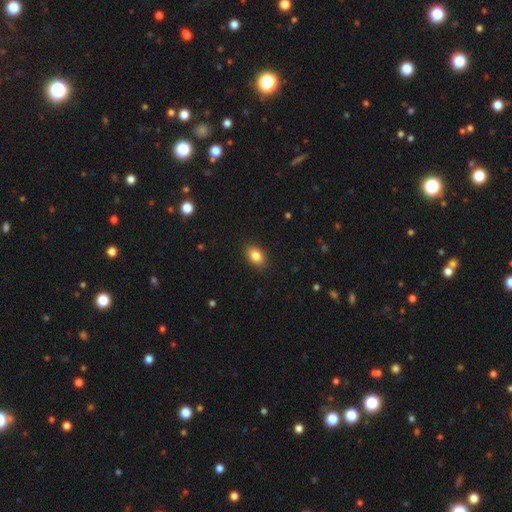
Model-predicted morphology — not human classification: type=smooth (85%); roundness=in between (78%); merging=none (89%).